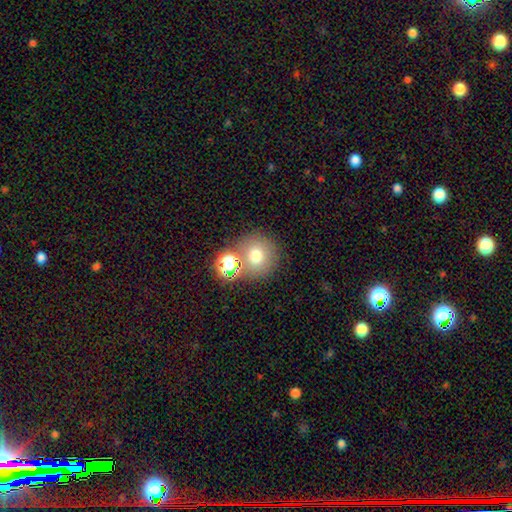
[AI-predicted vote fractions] Smooth or featured? smooth (72%)
How rounded? round (90%)
Merging? none (69%)